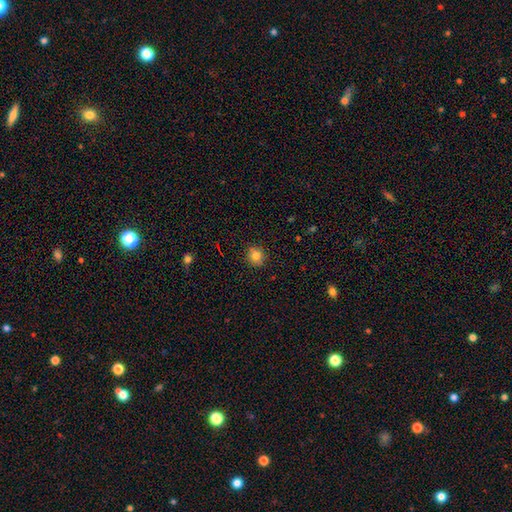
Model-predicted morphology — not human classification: This is clearly a smooth galaxy (81%). How rounded: clearly round (88%). Merging: clearly none (87%).